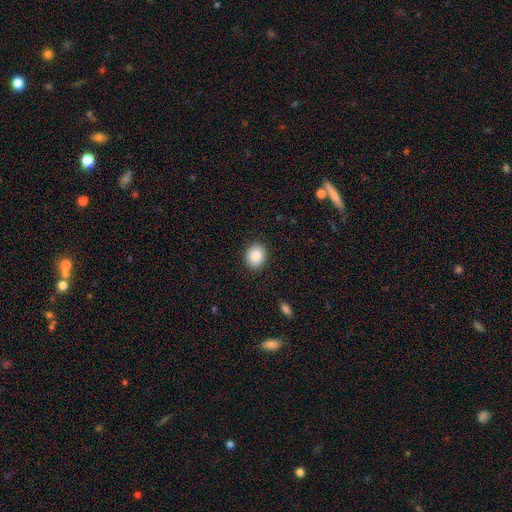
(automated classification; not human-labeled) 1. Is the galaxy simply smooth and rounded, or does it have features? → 85% smooth, 8% star or artifact, 7% featured or disk.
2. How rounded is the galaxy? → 64% round, 35% in between, 1% cigar-shaped.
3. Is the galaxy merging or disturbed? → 89% none, 8% minor disturbance, 2% major disturbance, 1% merger.